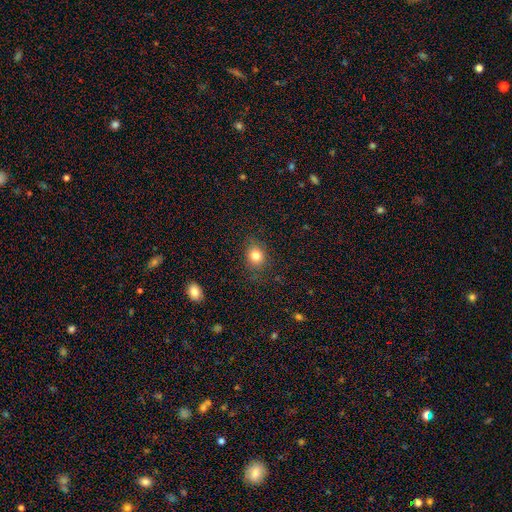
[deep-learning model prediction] Overall: smooth (81%). How rounded: round (63%; in between 36%). Merging: none (82%).